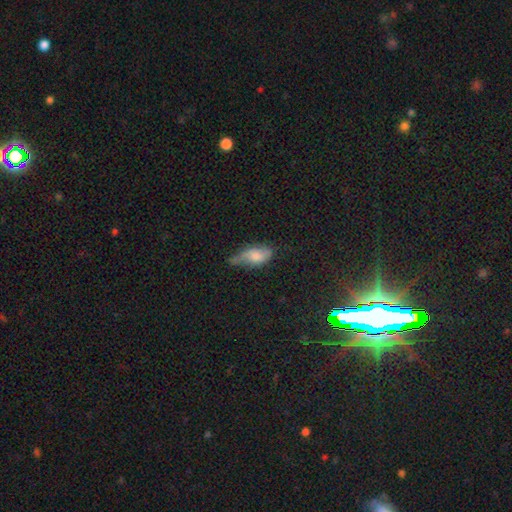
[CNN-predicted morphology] This is likely a smooth galaxy (70%). How rounded: clearly in between (85%). Merging: possibly minor disturbance (45%).